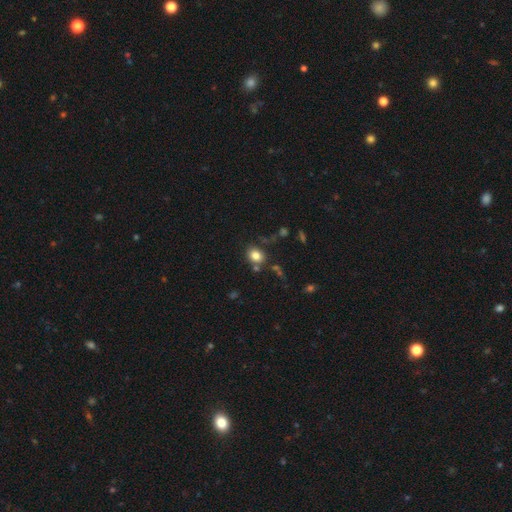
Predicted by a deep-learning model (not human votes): Smooth or featured?
  - smooth: 81% *
  - star or artifact: 11%
  - featured or disk: 8%
How rounded?
  - round: 57% *
  - in between: 42%
  - cigar-shaped: 1%
Merging?
  - none: 72% *
  - minor disturbance: 13%
  - merger: 9%
  - major disturbance: 5%